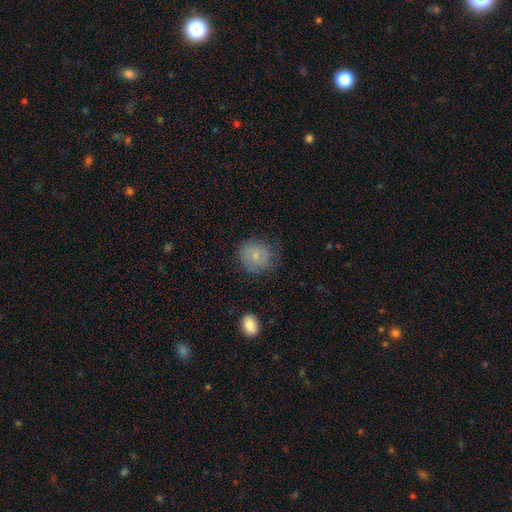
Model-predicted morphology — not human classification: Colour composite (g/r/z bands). It shows a smooth galaxy with no disk features (76%) that is round (80%). Merging: none (68%).